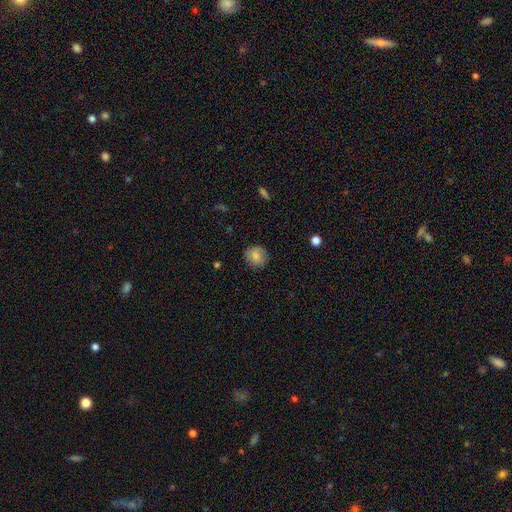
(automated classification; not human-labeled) Overall: smooth (82%). How rounded: round (87%). Merging: none (85%).